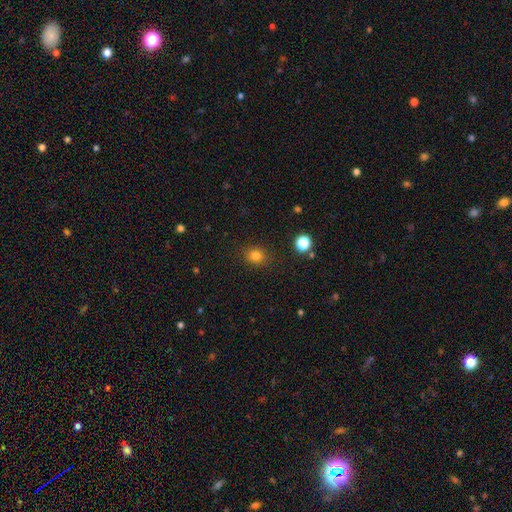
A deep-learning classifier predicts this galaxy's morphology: Smooth or featured? smooth (82%)
How rounded? round (73%)
Merging? none (88%)